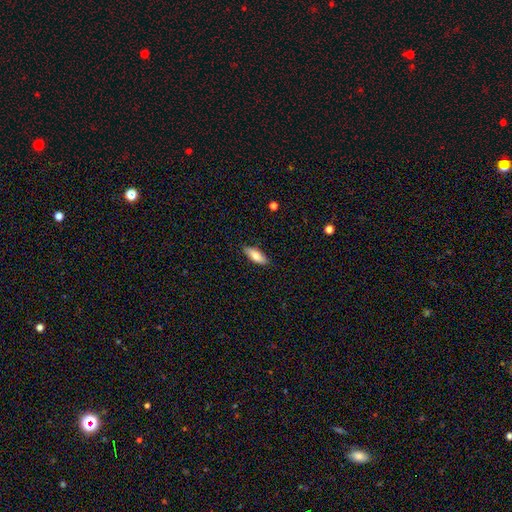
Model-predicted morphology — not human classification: type=smooth (81%); roundness=in between (77%); merging=none (86%).